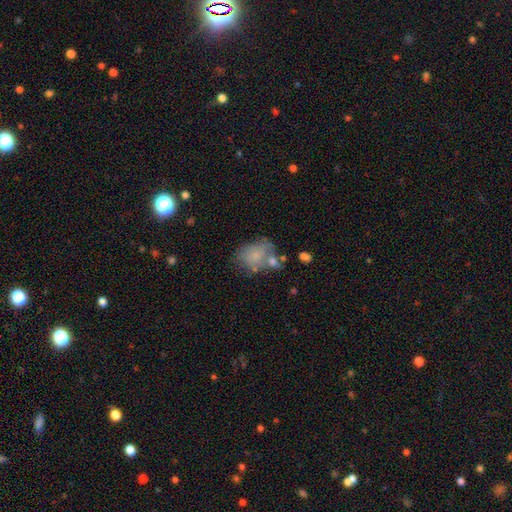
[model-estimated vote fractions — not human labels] Q: Smooth or featured?
A: smooth (67%); runner-up: featured or disk (22%)
Q: How rounded?
A: in between (65%); runner-up: round (33%)
Q: Merging?
A: none (40%); runner-up: minor disturbance (24%)